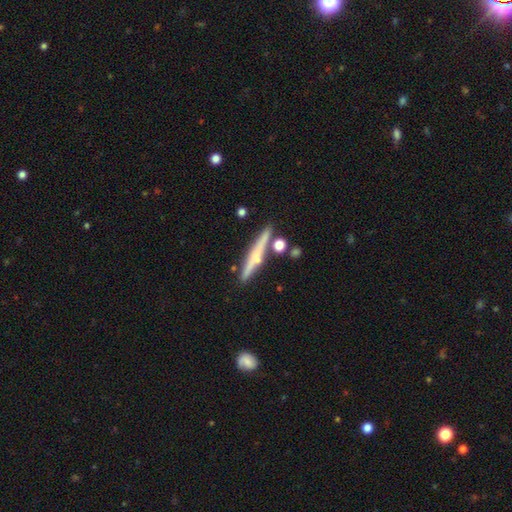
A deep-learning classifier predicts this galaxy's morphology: Smooth or featured? featured or disk (56%)
Edge-on disk? yes (96%)
Edge-on bulge? rounded (52%)
Merging? none (81%)